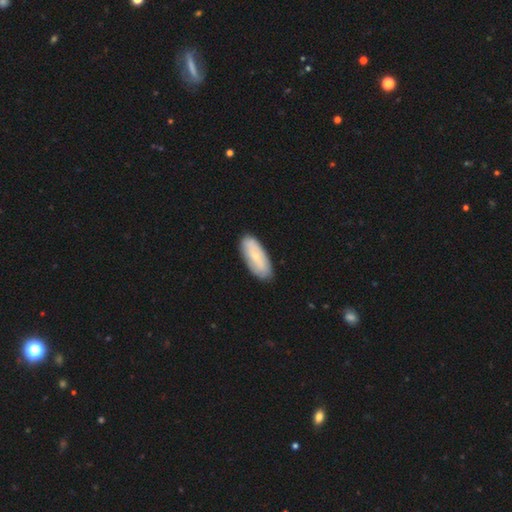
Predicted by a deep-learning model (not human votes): smooth-or-featured: smooth: 60% | featured or disk: 34% | star or artifact: 6%
  how-rounded: in between: 82% | cigar-shaped: 16% | round: 2%
  merging: none: 86% | minor disturbance: 11% | major disturbance: 2% | merger: 1%